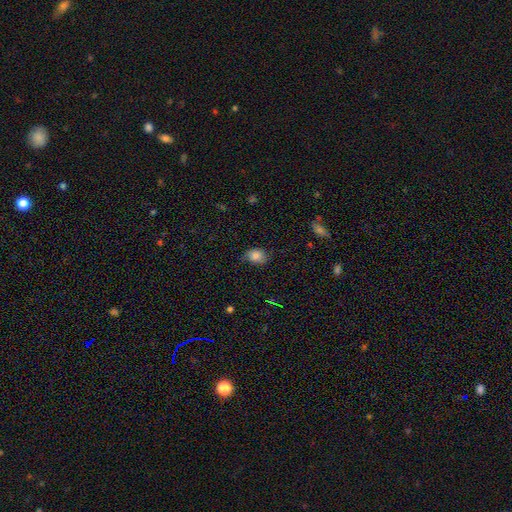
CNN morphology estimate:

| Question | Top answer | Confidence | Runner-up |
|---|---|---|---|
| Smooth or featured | smooth | 83% | star or artifact (10%) |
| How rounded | in between | 58% | round (41%) |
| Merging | none | 68% | minor disturbance (25%) |